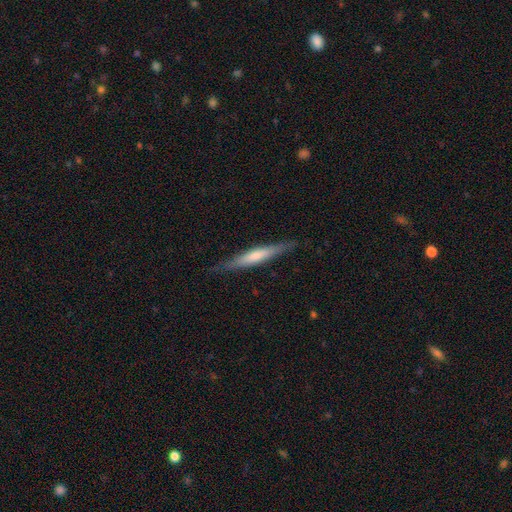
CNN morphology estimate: Q: Smooth or featured?
A: smooth (50%); runner-up: featured or disk (45%)
Q: How rounded?
A: cigar-shaped (94%); runner-up: in between (5%)
Q: Merging?
A: none (84%); runner-up: minor disturbance (12%)